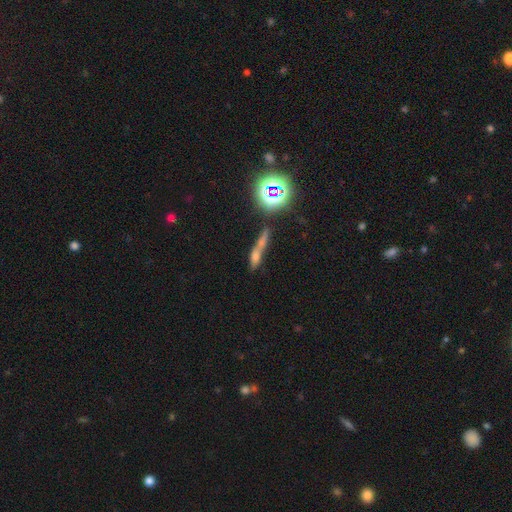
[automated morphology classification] smooth 51%, star or artifact 26%, featured or disk 24%. Down the decision tree: how rounded — cigar-shaped (60%); merging — merger (44%).